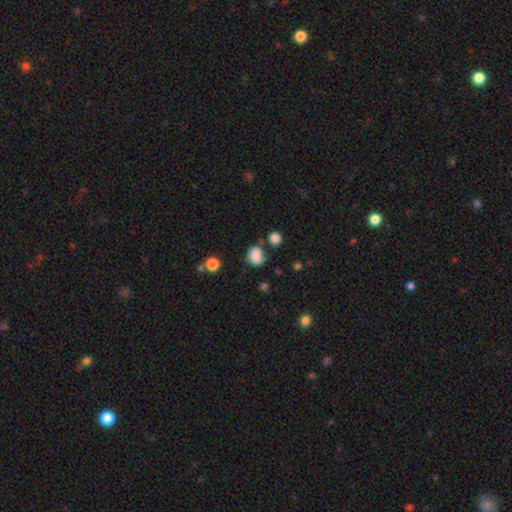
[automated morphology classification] Smooth or featured?
  - smooth: 79% *
  - star or artifact: 11%
  - featured or disk: 10%
How rounded?
  - round: 62% *
  - in between: 37%
  - cigar-shaped: 1%
Merging?
  - none: 56% *
  - minor disturbance: 25%
  - merger: 11%
  - major disturbance: 8%